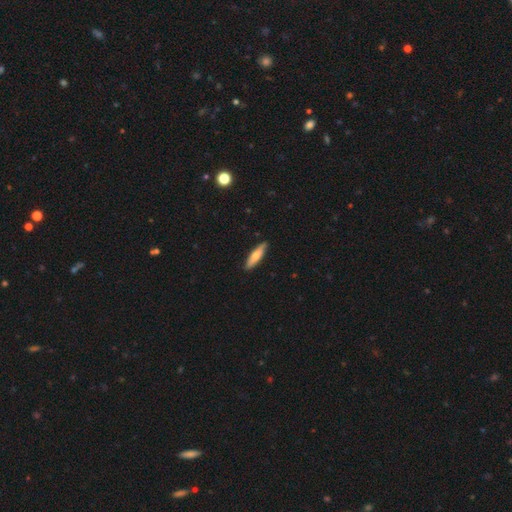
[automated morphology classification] A smooth galaxy with no disk features (69%) that is cigar-shaped (72%).

Vote fractions:
- Smooth or featured? smooth: 69% / featured or disk: 26% / star or artifact: 6%
- How rounded? cigar-shaped: 72% / in between: 26% / round: 2%
- Merging? none: 88% / minor disturbance: 10% / major disturbance: 2% / merger: 1%